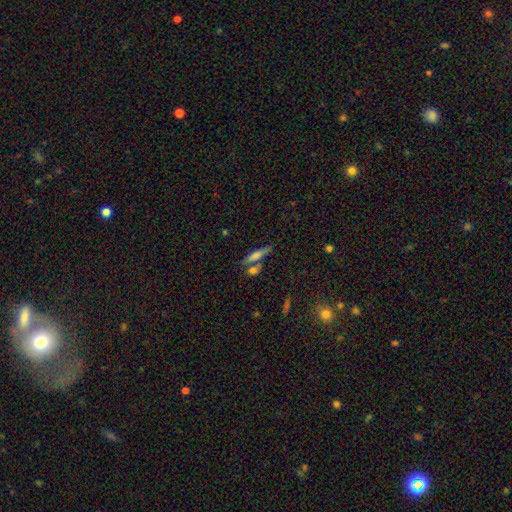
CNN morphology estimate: A smooth galaxy with no disk features (48%).

Vote fractions:
- Smooth or featured? smooth: 48% / featured or disk: 40% / star or artifact: 12%
- Merging? none: 65% / merger: 20% / minor disturbance: 10% / major disturbance: 4%